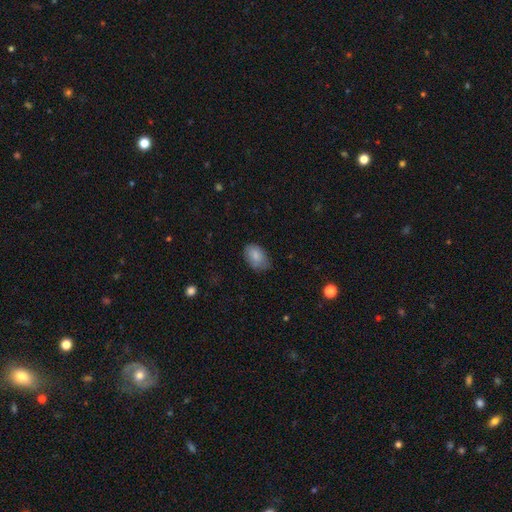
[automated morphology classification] Smooth or featured: smooth — 83% (featured or disk — 10%)
How rounded: in between — 89% (round — 9%)
Merging: none — 65% (minor disturbance — 28%)